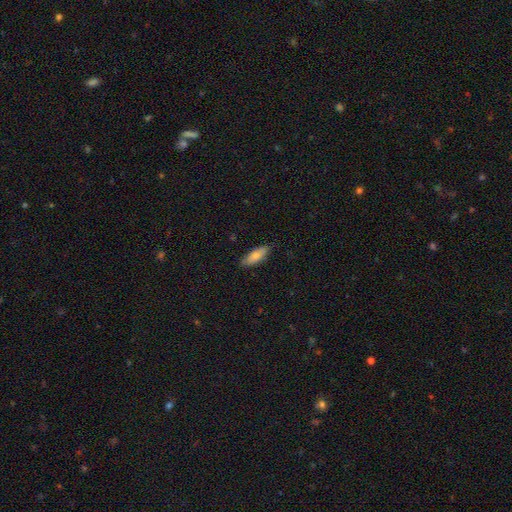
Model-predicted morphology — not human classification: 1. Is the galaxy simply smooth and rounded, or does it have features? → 78% smooth, 16% featured or disk, 6% star or artifact.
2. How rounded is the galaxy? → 68% in between, 31% cigar-shaped, 2% round.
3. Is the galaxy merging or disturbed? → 83% none, 14% minor disturbance, 2% major disturbance, 1% merger.